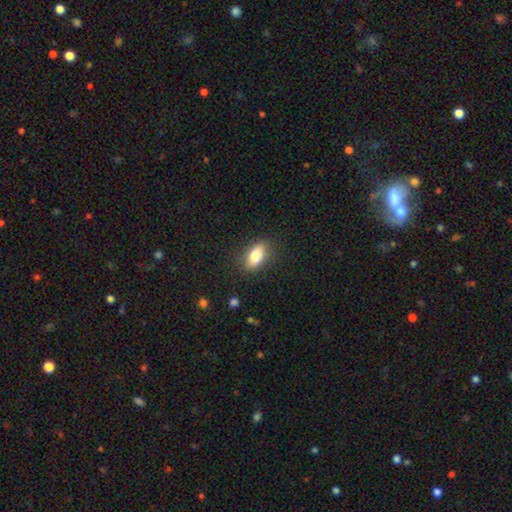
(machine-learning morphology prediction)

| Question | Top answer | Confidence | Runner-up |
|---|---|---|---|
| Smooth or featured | smooth | 77% | featured or disk (15%) |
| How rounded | in between | 82% | cigar-shaped (12%) |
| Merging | none | 84% | minor disturbance (11%) |